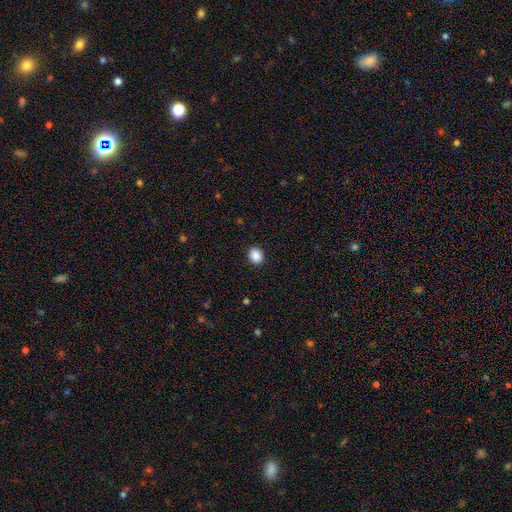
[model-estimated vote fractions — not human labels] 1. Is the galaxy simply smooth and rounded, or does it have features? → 89% smooth, 9% star or artifact, 3% featured or disk.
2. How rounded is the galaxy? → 53% round, 46% in between, 1% cigar-shaped.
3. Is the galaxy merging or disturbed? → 91% none, 6% minor disturbance, 2% major disturbance, 1% merger.